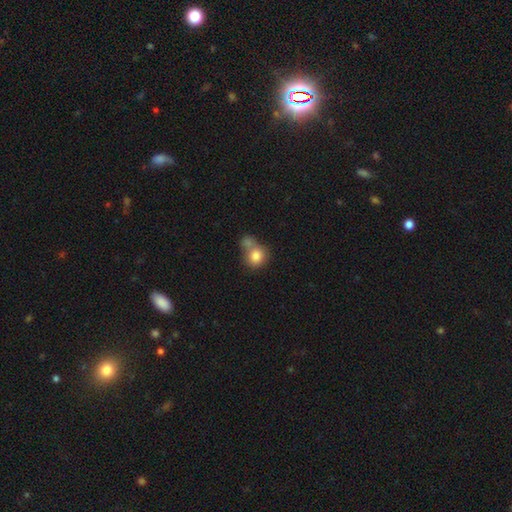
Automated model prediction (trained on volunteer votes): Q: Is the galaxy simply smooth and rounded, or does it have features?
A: smooth — 82%.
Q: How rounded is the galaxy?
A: round — 76%.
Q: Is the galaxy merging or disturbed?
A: merger — 48%.